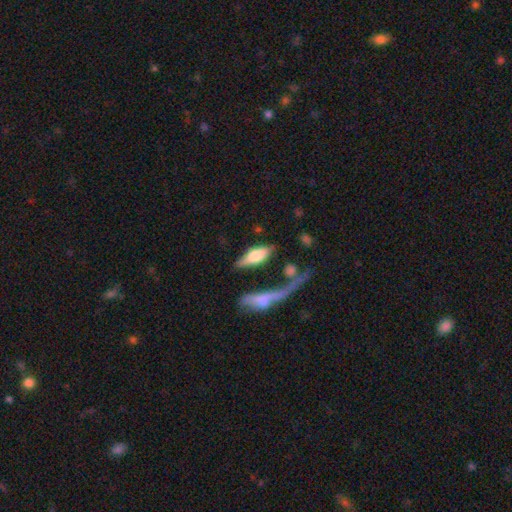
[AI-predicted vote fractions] Morphology: type=smooth (58%); roundness=in between (63%); merging=none (52%).